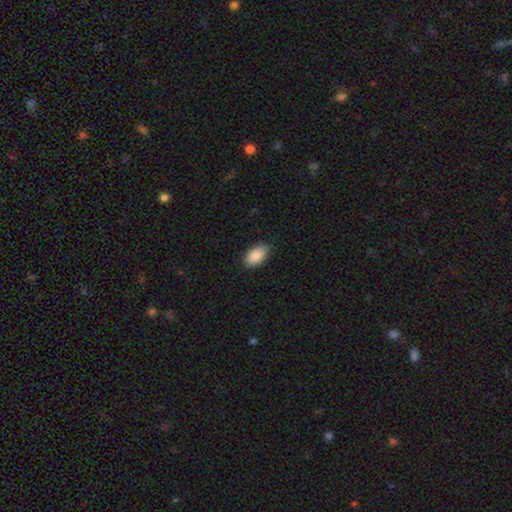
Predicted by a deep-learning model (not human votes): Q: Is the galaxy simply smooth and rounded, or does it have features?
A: smooth — 90%.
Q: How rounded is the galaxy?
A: in between — 94%.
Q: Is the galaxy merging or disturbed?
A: none — 84%.